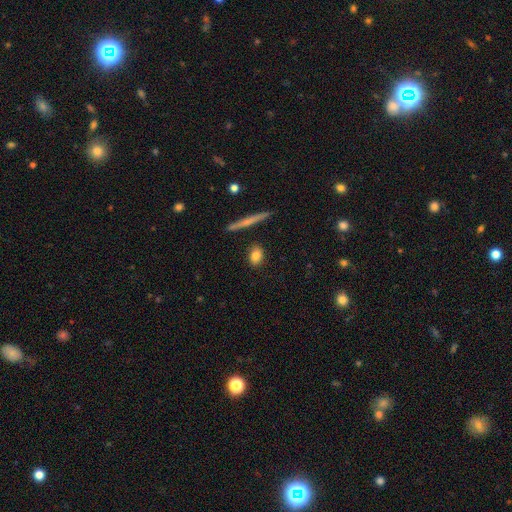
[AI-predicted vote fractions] This appears to be a smooth galaxy with no disk features (80%) that is in between round and cigar-shaped (62%). Merging: none (86%).